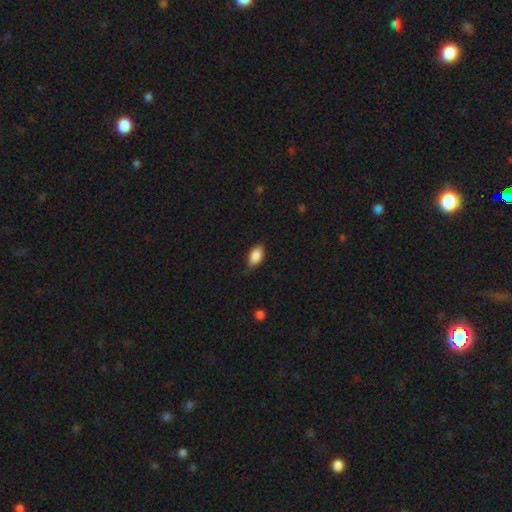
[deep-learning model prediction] Smooth or featured?
  - smooth: 86% *
  - star or artifact: 7%
  - featured or disk: 6%
How rounded?
  - in between: 91% *
  - cigar-shaped: 5%
  - round: 4%
Merging?
  - none: 80% *
  - minor disturbance: 17%
  - major disturbance: 3%
  - merger: 1%